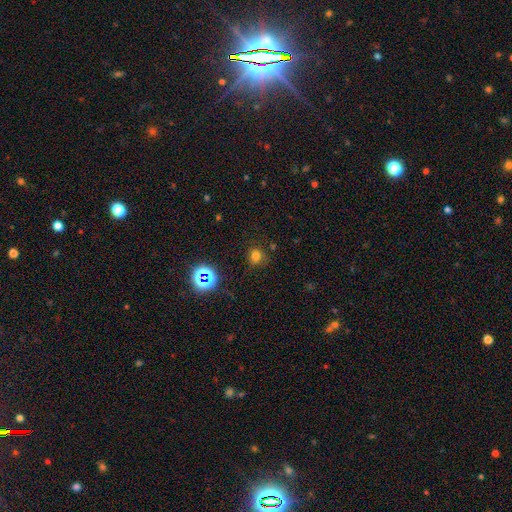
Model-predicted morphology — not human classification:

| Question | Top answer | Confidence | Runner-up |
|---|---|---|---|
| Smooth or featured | smooth | 71% | star or artifact (23%) |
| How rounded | round | 80% | in between (19%) |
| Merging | none | 78% | minor disturbance (15%) |